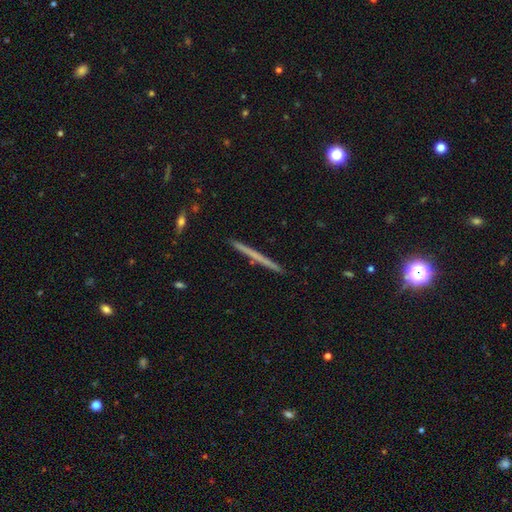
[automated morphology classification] type=featured or disk (49%); merging=none (92%).